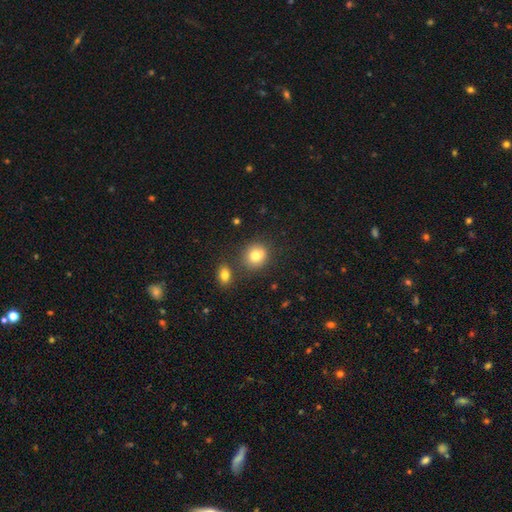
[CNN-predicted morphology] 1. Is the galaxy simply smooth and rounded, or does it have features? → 78% smooth, 11% star or artifact, 10% featured or disk.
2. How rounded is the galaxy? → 83% round, 16% in between, 1% cigar-shaped.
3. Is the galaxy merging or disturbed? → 73% none, 13% merger, 11% minor disturbance, 3% major disturbance.